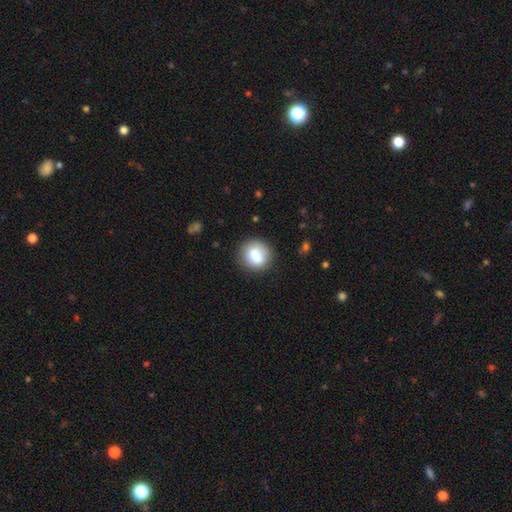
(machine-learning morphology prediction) Q: Smooth or featured?
A: smooth (80%); runner-up: featured or disk (12%)
Q: How rounded?
A: round (74%); runner-up: in between (25%)
Q: Merging?
A: none (80%); runner-up: minor disturbance (13%)